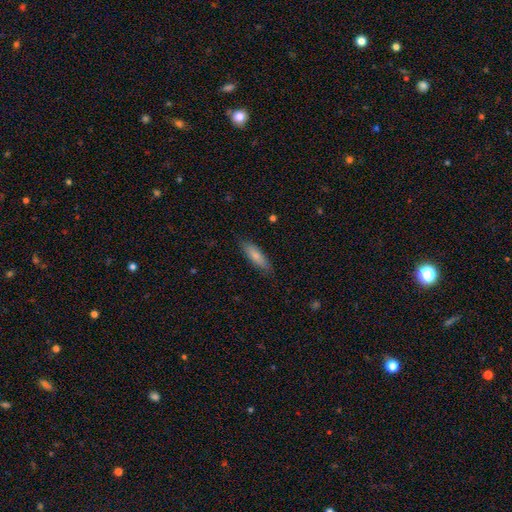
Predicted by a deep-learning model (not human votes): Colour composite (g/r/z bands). It shows a smooth galaxy with no disk features (81%) that is cigar-shaped (60%). Merging: none (86%).